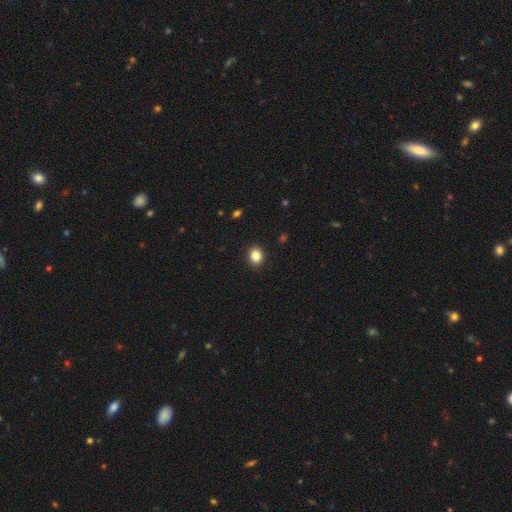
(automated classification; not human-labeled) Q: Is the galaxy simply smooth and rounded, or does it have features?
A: smooth — 87%.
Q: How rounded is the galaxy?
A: round — 59%.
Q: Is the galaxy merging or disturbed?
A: none — 91%.